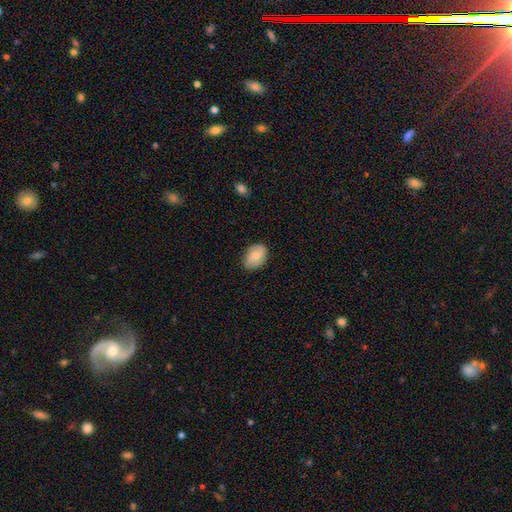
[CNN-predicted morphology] smooth 70%, featured or disk 24%, star or artifact 7%. Down the decision tree: how rounded — in between (84%); merging — none (81%).